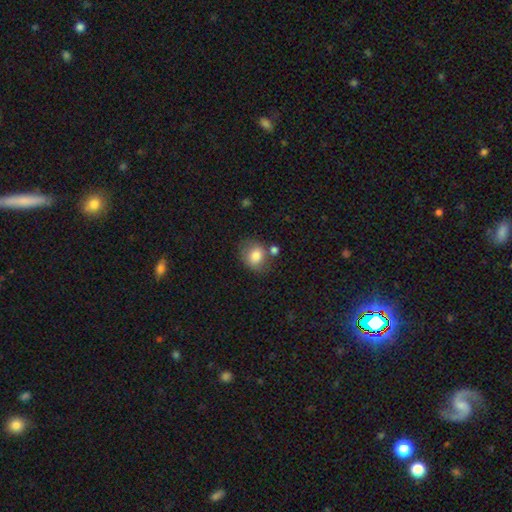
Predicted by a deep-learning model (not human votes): Smooth or featured?
  - smooth: 78% *
  - featured or disk: 13%
  - star or artifact: 9%
How rounded?
  - round: 62% *
  - in between: 37%
  - cigar-shaped: 1%
Merging?
  - none: 59% *
  - minor disturbance: 21%
  - merger: 13%
  - major disturbance: 7%